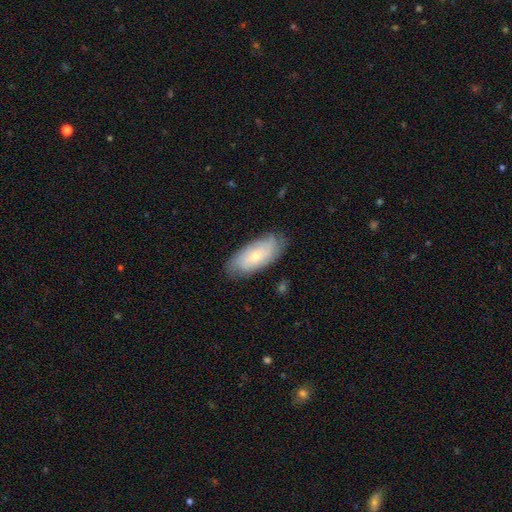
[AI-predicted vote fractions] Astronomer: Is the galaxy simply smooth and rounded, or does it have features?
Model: smooth — 52% (runner-up: featured or disk, 41%).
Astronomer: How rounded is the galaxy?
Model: in between — 85%.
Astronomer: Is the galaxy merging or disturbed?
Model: none — 79%.